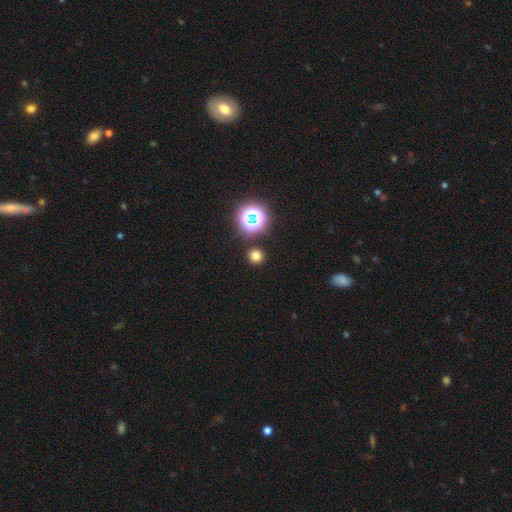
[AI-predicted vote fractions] Smooth or featured: smooth — 71% (star or artifact — 23%)
How rounded: round — 92% (in between — 7%)
Merging: none — 90% (minor disturbance — 5%)